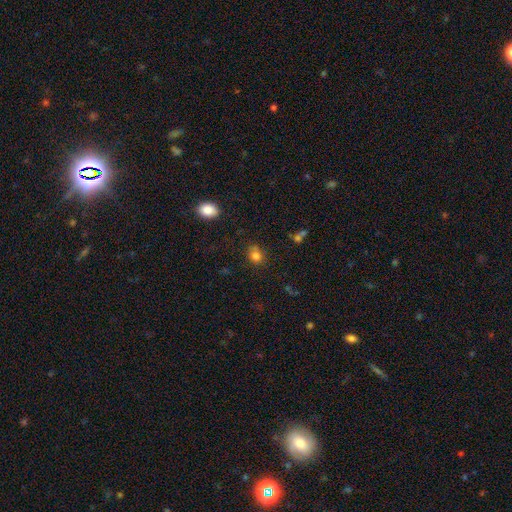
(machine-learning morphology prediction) Q: Smooth or featured?
A: smooth (80%); runner-up: star or artifact (14%)
Q: How rounded?
A: round (65%); runner-up: in between (34%)
Q: Merging?
A: none (68%); runner-up: minor disturbance (21%)